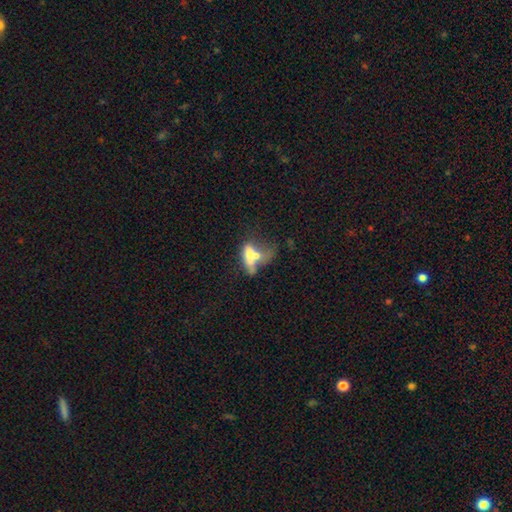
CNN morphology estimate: This appears to be a smooth galaxy with no disk features (57%) that is in between round and cigar-shaped (72%). Merging: merger (55%).